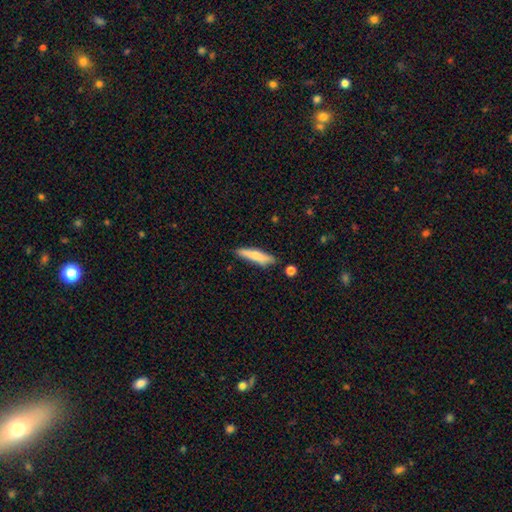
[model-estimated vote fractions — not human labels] smooth_or_featured: smooth (p=0.71) [alt: featured or disk p=0.23]
how_rounded: cigar-shaped (p=0.84) [alt: in between p=0.14]
merging: none (p=0.78) [alt: minor disturbance p=0.15]